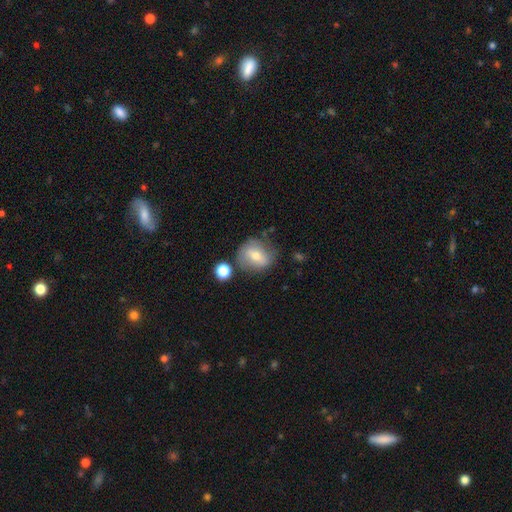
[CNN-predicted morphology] smooth 59%, featured or disk 32%, star or artifact 9%. Down the decision tree: how rounded — round (75%); merging — none (65%).